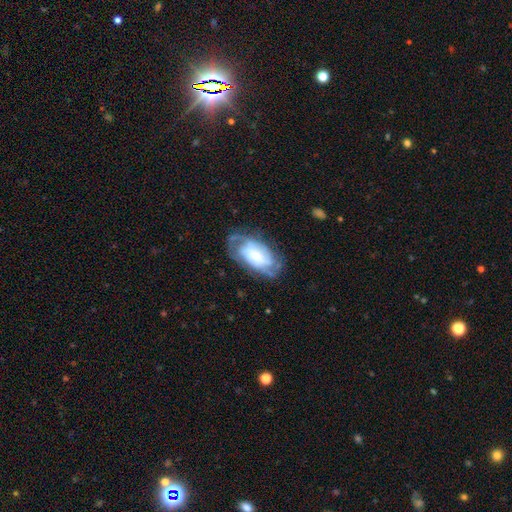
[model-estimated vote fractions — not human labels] Smooth or featured? Predicted: featured or disk (p=0.66). Edge-on disk? Predicted: no (p=0.95). Bar? Predicted: no (p=0.70). Spiral arms? Predicted: yes (p=0.84). Spiral winding? Predicted: tight (p=0.51). Spiral arm count? Predicted: can't tell (p=0.39). Bulge size? Predicted: large (p=0.29). Merging? Predicted: none (p=0.60).